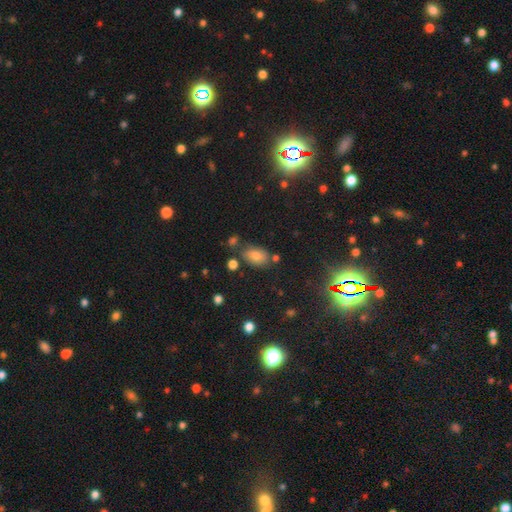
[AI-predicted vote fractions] Morphology: type=smooth (71%); roundness=in between (85%); merging=none (73%).